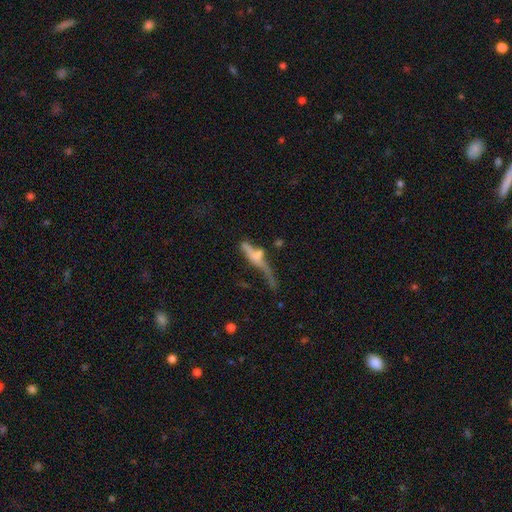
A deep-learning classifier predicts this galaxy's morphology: This is possibly a featured or disk galaxy (48%). Merging: marginally major disturbance (30%).